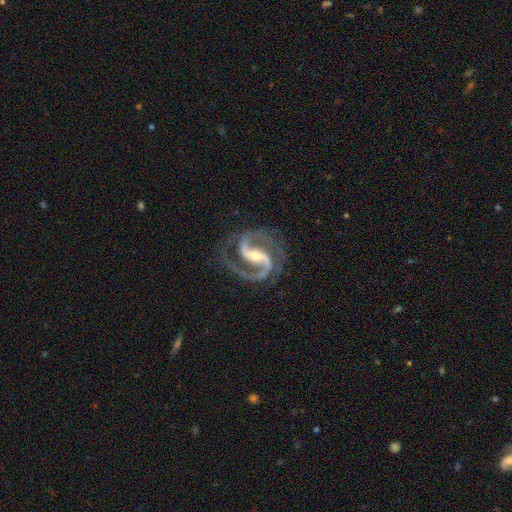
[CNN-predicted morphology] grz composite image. It shows a featured or disk galaxy (93%) with a strong bar (49%), 2 (91%) medium (67%) spiral arms (99%) and a small central bulge (52%). Merging: none (77%).